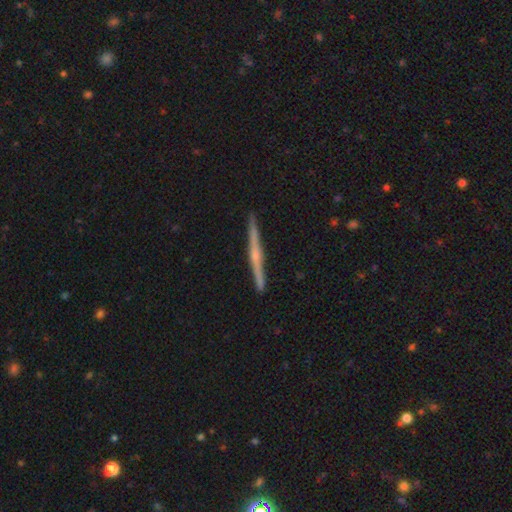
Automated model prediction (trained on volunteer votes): This is likely a featured or disk galaxy (76%). It is clearly viewed edge-on (98%). Edge-on bulge: likely rounded (70%). Merging: clearly none (92%).